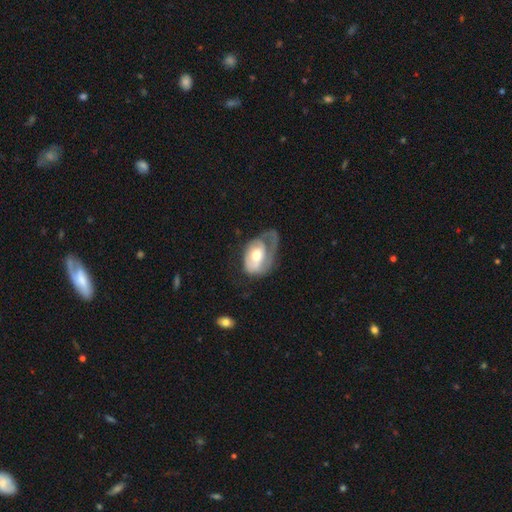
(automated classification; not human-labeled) smooth_or_featured: featured or disk (p=0.59) [alt: smooth p=0.36]
disk_edge_on: no (p=0.95) [alt: yes p=0.05]
bar: no (p=0.68) [alt: weak p=0.25]
has_spiral_arms: yes (p=0.64) [alt: no p=0.36]
bulge_size: moderate (p=0.68) [alt: small p=0.15]
merging: major disturbance (p=0.50) [alt: minor disturbance p=0.24]